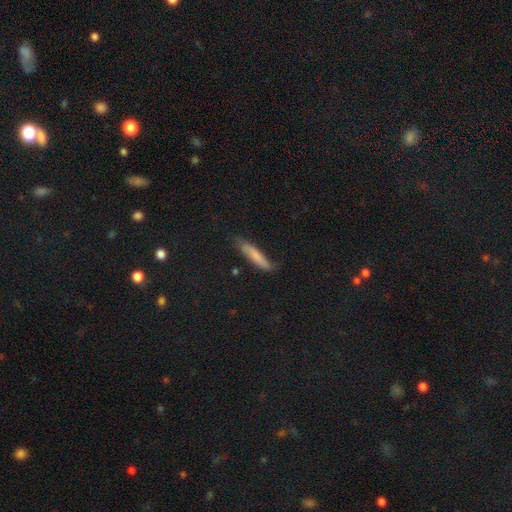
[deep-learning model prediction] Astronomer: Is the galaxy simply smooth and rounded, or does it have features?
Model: smooth — 72%.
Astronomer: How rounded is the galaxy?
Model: cigar-shaped — 86%.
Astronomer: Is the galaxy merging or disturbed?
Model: none — 67%.